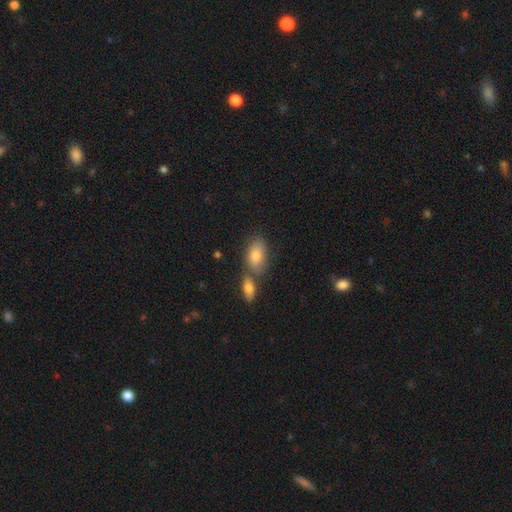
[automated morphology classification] smooth-or-featured: smooth: 79% | featured or disk: 13% | star or artifact: 8%
  how-rounded: in between: 90% | round: 6% | cigar-shaped: 3%
  merging: none: 52% | merger: 32% | minor disturbance: 12% | major disturbance: 4%